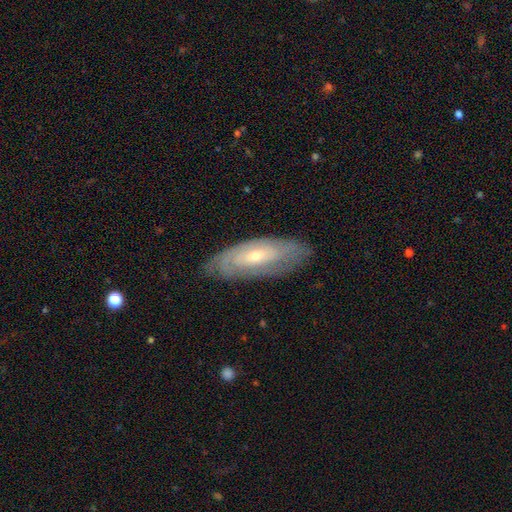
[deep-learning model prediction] Morphology: type=featured or disk (72%); edge-on=no (84%); bar=no (61%); spiral arms=yes (81%); bulge=small (58%); merging=none (78%).